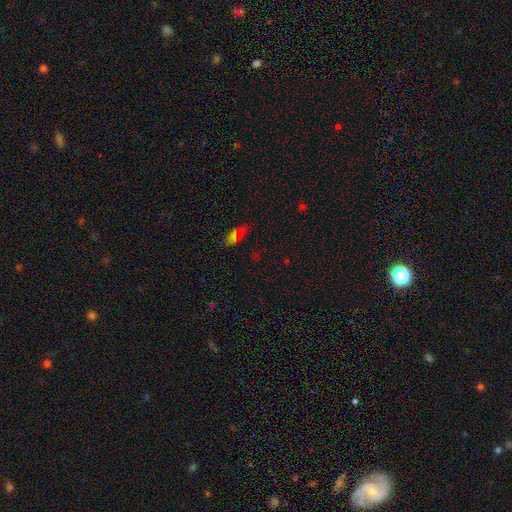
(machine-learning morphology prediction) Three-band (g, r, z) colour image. It shows a smooth galaxy with no disk features (48%). Merging: none (75%).